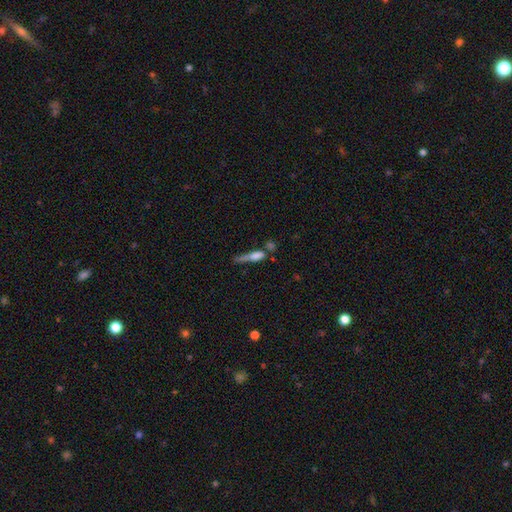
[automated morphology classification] smooth-or-featured: smooth: 63% | featured or disk: 26% | star or artifact: 11%
  how-rounded: cigar-shaped: 66% | in between: 30% | round: 4%
  merging: none: 28% | major disturbance: 25% | merger: 24% | minor disturbance: 23%